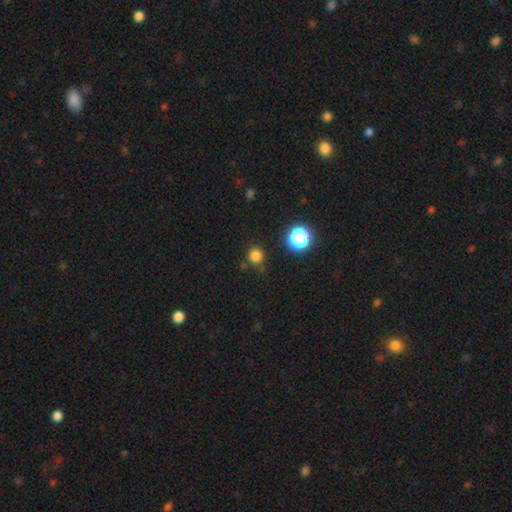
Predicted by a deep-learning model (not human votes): Smooth or featured: smooth — 79% (star or artifact — 17%)
How rounded: round — 91% (in between — 8%)
Merging: none — 77% (minor disturbance — 15%)